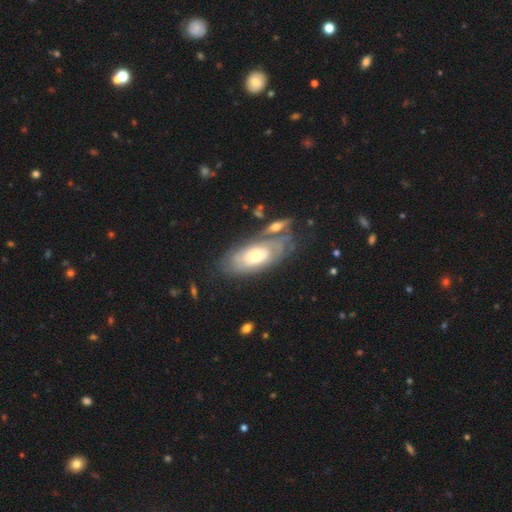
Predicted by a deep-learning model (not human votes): smooth-or-featured: featured or disk: 65% | smooth: 29% | star or artifact: 7%
  disk-edge-on: no: 87% | yes: 13%
    bar: no: 79% | weak: 17% | strong: 4%
    has-spiral-arms: yes: 70% | no: 30%
    bulge-size: moderate: 57% | small: 21% | large: 19% | dominant: 2% | none: 2%
  merging: none: 57% | minor disturbance: 18% | merger: 16% | major disturbance: 9%